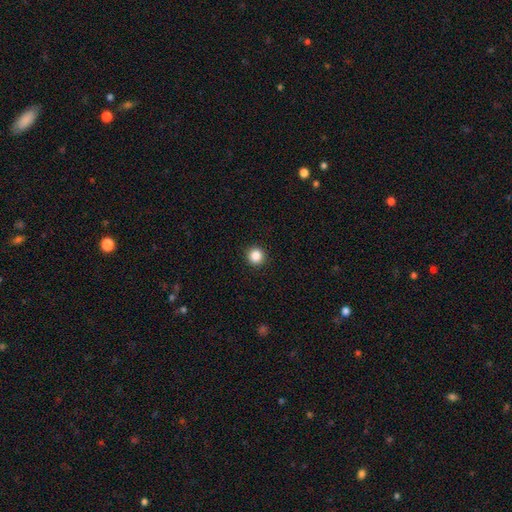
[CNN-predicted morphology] smooth 87%, star or artifact 10%, featured or disk 3%. Down the decision tree: how rounded — round (95%); merging — none (93%).